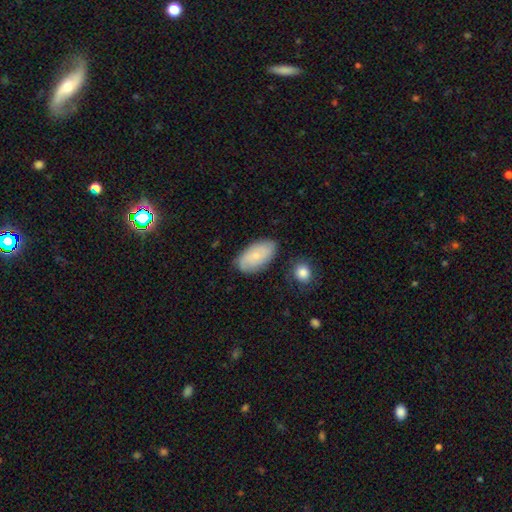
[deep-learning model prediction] smooth 61%, featured or disk 32%, star or artifact 7%. Down the decision tree: how rounded — in between (93%); merging — none (78%).